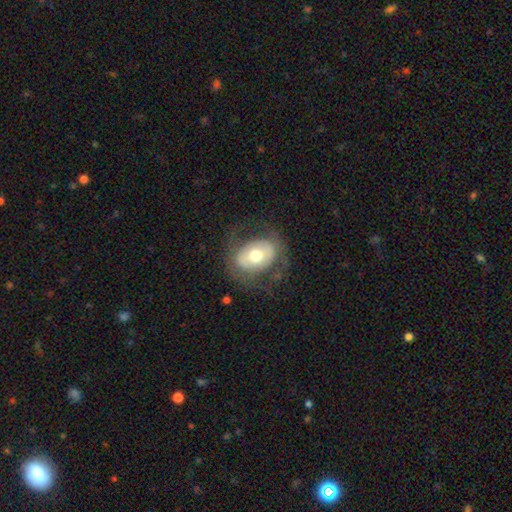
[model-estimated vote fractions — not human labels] Smooth or featured? Predicted: featured or disk (p=0.49). Merging? Predicted: none (p=0.66).